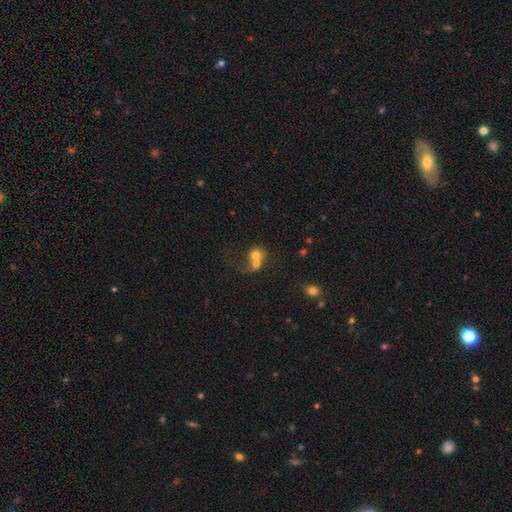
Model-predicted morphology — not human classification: A smooth galaxy with no disk features (64%) that is round (70%).

Vote fractions:
- Smooth or featured? smooth: 64% / featured or disk: 25% / star or artifact: 11%
- How rounded? round: 70% / in between: 29% / cigar-shaped: 1%
- Merging? merger: 71% / none: 16% / major disturbance: 8% / minor disturbance: 5%